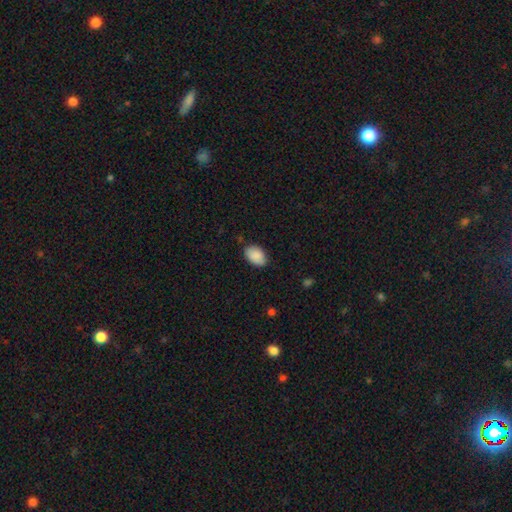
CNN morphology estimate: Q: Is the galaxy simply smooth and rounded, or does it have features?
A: smooth — 88%.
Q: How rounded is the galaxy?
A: in between — 88%.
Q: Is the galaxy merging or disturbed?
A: none — 79%.